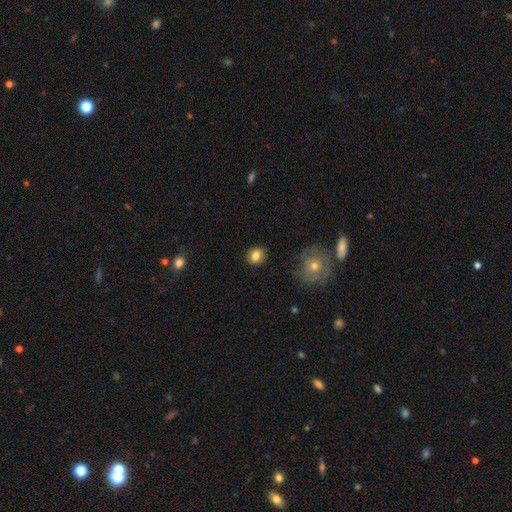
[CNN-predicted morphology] A smooth galaxy with no disk features (83%) that is round (74%). Merging: none (88%).